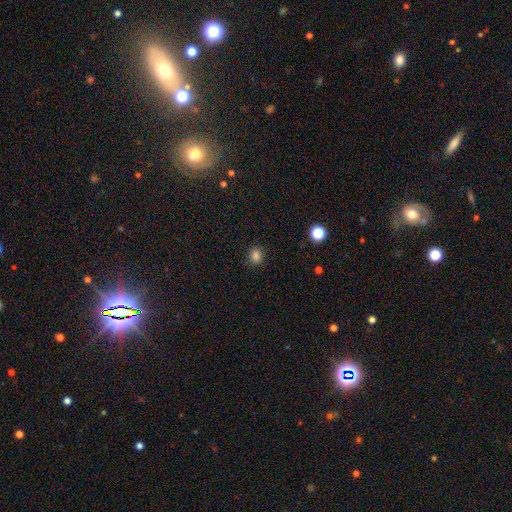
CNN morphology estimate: The model was most divided on "how rounded": round: 75%, in between: 24%, cigar-shaped: 1%. More confident: merging — none (88%); smooth or featured — smooth (83%).